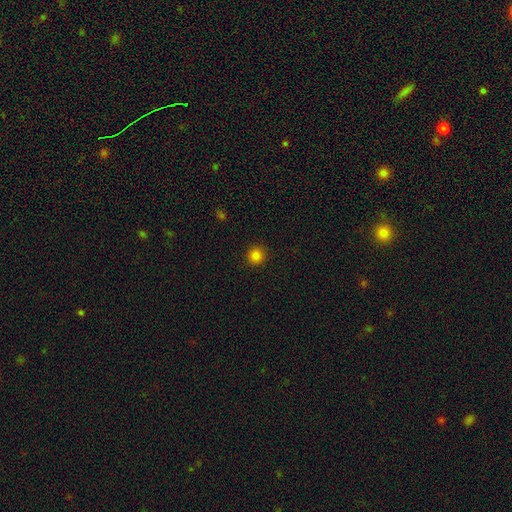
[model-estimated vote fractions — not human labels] Q: Smooth or featured?
A: smooth (83%); runner-up: star or artifact (14%)
Q: How rounded?
A: round (93%); runner-up: in between (6%)
Q: Merging?
A: none (92%); runner-up: minor disturbance (5%)